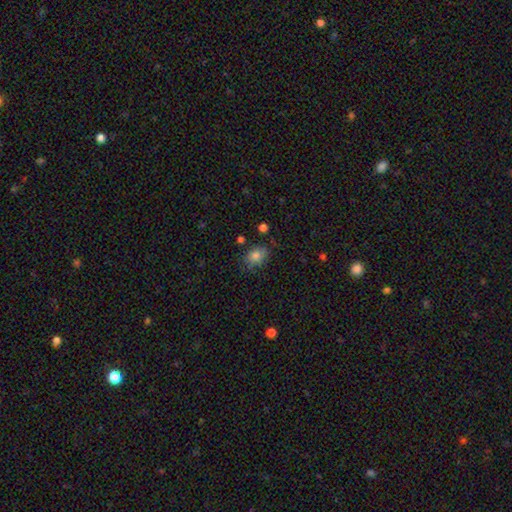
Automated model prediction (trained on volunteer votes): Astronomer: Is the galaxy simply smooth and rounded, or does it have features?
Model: smooth — 81%.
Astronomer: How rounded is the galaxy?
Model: in between — 69%.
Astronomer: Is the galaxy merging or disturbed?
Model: none — 72%.